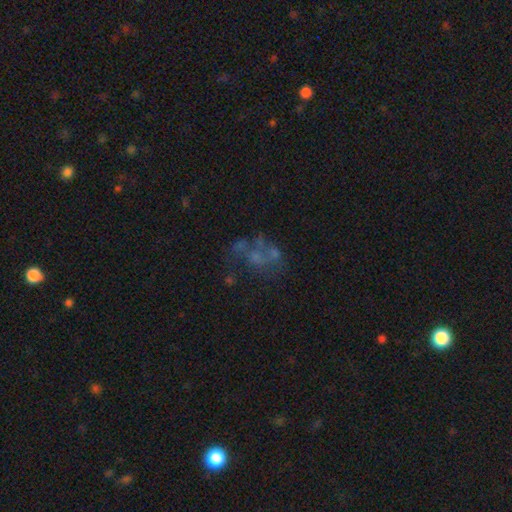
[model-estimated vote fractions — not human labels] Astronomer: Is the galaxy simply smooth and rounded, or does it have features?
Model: featured or disk — 53%.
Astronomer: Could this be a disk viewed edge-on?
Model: no — 98%.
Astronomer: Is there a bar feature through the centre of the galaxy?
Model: no — 90%.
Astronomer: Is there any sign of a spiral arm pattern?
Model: no — 89%.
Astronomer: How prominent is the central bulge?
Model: none — 68%.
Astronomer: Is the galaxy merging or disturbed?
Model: none — 38% (runner-up: major disturbance, 25%).